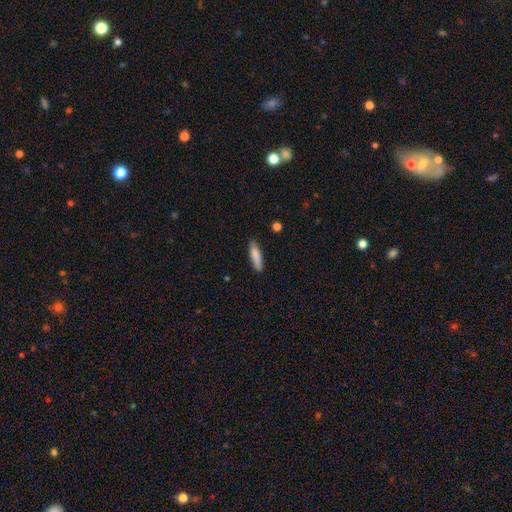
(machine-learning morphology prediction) Smooth or featured: smooth — 84% (featured or disk — 10%)
How rounded: cigar-shaped — 72% (in between — 26%)
Merging: none — 83% (minor disturbance — 13%)